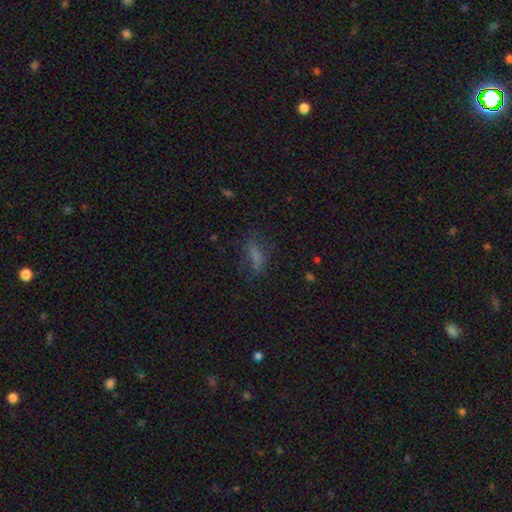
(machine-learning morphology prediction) smooth-or-featured: smooth: 64% | featured or disk: 18% | star or artifact: 18%
  how-rounded: in between: 60% | cigar-shaped: 34% | round: 5%
  merging: none: 55% | minor disturbance: 22% | major disturbance: 20% | merger: 3%